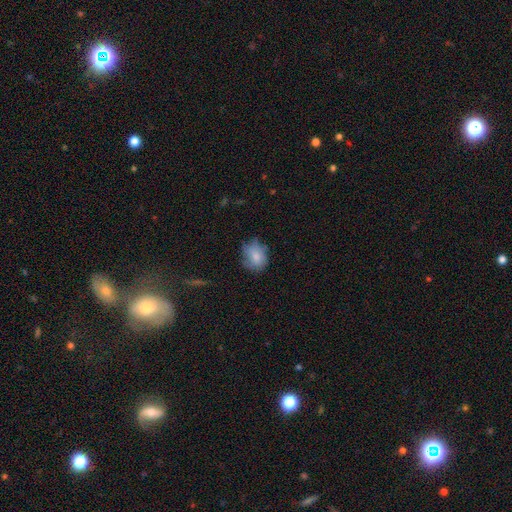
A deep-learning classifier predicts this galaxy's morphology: smooth 74%, featured or disk 17%, star or artifact 9%. Down the decision tree: how rounded — round (51%); merging — none (59%).